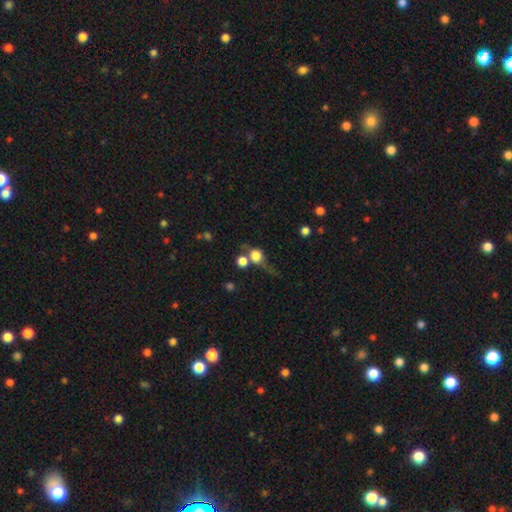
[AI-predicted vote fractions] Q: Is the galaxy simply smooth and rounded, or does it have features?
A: smooth — 68%.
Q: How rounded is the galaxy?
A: round — 74%.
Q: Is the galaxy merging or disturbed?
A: none — 34%.